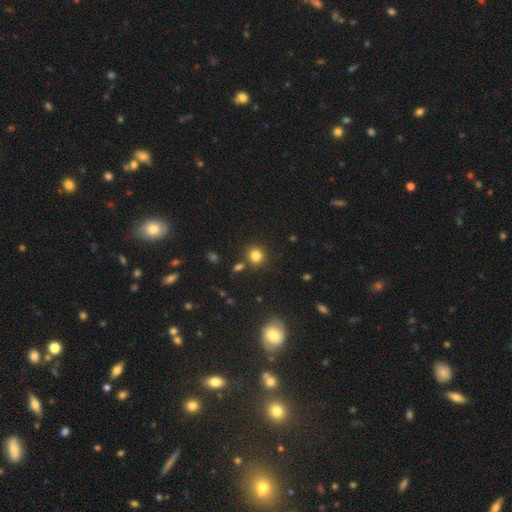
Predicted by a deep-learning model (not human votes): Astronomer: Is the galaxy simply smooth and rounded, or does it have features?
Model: smooth — 81%.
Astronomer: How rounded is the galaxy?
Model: round — 89%.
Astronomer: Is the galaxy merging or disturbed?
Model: none — 81%.